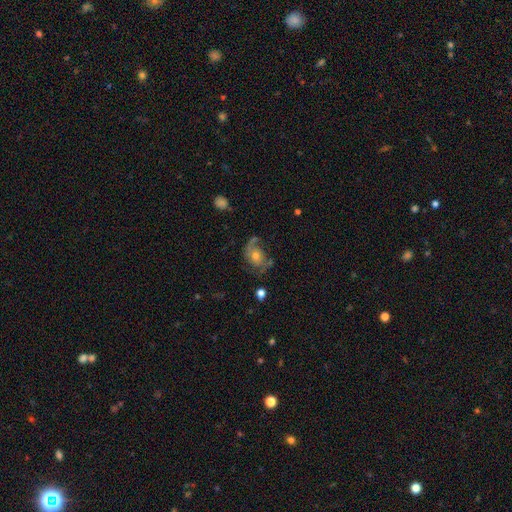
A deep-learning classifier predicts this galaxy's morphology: Smooth or featured: featured or disk — 69% (smooth — 20%)
Edge-on disk: no — 96% (yes — 4%)
Bar: no — 75% (weak — 20%)
Spiral arms: yes — 86% (no — 14%)
Spiral winding: medium — 44% (loose — 32%)
Spiral arm count: 2 — 67% (1 — 15%)
Bulge size: moderate — 58% (small — 32%)
Merging: none — 57% (minor disturbance — 20%)